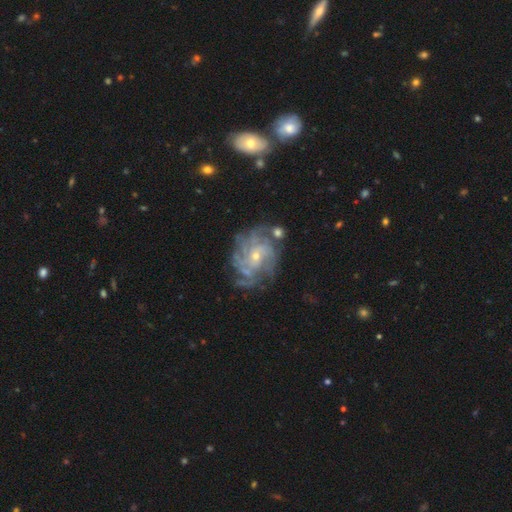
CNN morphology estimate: A featured or disk galaxy (85%) with no bar (60%), tight (59%) spiral arms (94%) and a small central bulge (72%). Merging: none (68%).